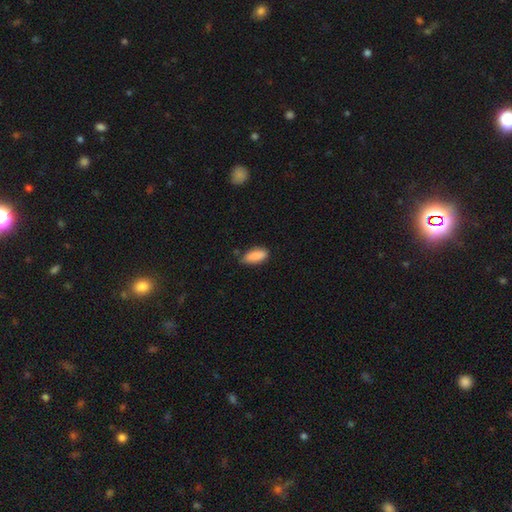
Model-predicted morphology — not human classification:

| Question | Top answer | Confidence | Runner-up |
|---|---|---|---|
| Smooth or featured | smooth | 89% | star or artifact (7%) |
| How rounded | in between | 83% | cigar-shaped (15%) |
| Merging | none | 70% | minor disturbance (24%) |